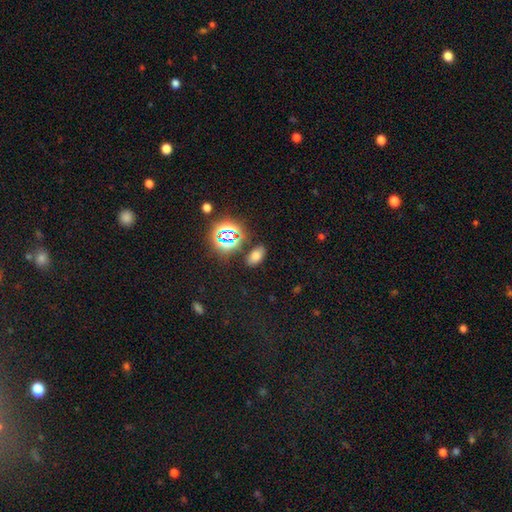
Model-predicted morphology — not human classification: smooth 64%, star or artifact 28%, featured or disk 8%. Down the decision tree: how rounded — in between (89%); merging — none (83%).